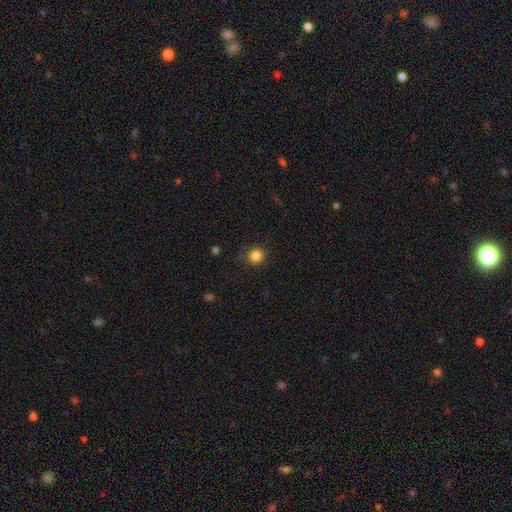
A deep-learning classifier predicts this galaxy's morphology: This is clearly a smooth galaxy (84%). How rounded: clearly round (92%). Merging: clearly none (84%).